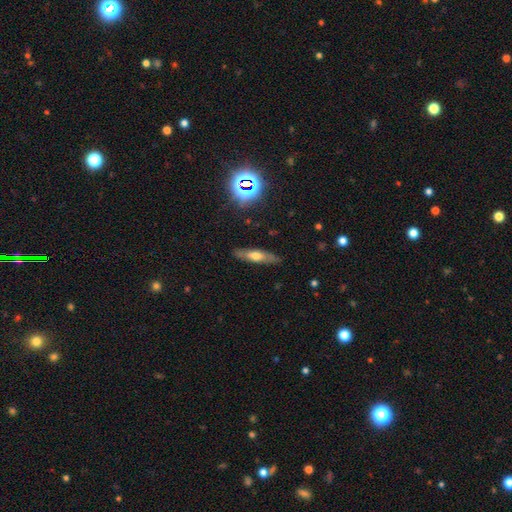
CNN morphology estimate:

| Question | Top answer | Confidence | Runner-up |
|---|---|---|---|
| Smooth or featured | smooth | 46% | featured or disk (43%) |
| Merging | none | 84% | minor disturbance (12%) |